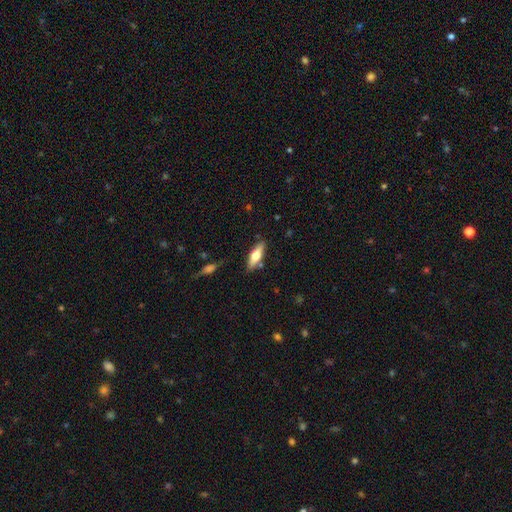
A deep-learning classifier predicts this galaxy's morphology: smooth_or_featured: smooth (p=0.62) [alt: featured or disk p=0.32]
how_rounded: in between (p=0.55) [alt: cigar-shaped p=0.42]
merging: none (p=0.81) [alt: minor disturbance p=0.13]